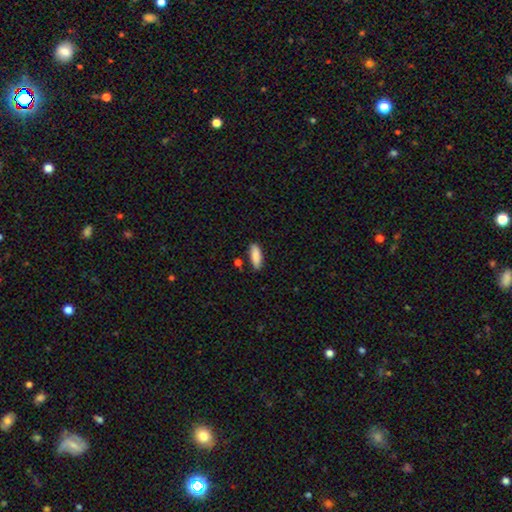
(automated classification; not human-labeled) Smooth or featured?
  - smooth: 88% *
  - star or artifact: 6%
  - featured or disk: 6%
How rounded?
  - in between: 63% *
  - cigar-shaped: 35%
  - round: 2%
Merging?
  - none: 80% *
  - minor disturbance: 13%
  - merger: 4%
  - major disturbance: 3%